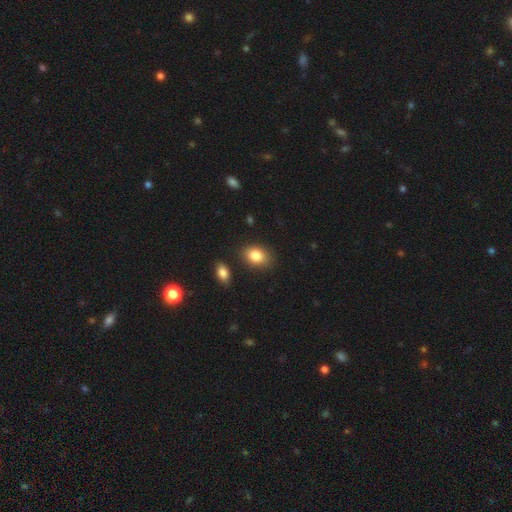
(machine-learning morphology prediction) Smooth or featured? smooth (86%)
How rounded? in between (80%)
Merging? none (82%)